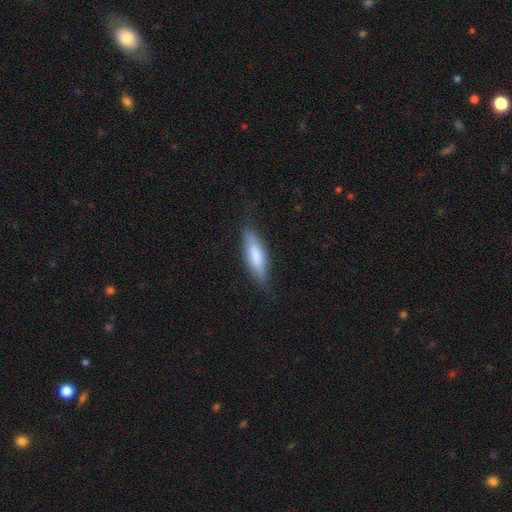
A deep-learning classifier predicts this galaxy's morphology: smooth_or_featured: smooth (p=0.72) [alt: featured or disk p=0.22]
how_rounded: cigar-shaped (p=0.52) [alt: in between p=0.47]
merging: none (p=0.75) [alt: minor disturbance p=0.19]